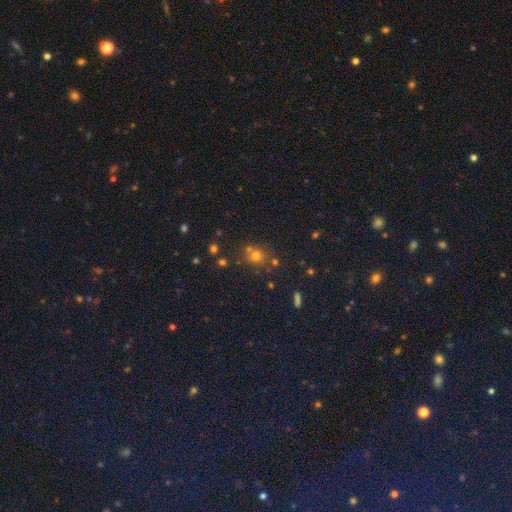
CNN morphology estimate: Smooth or featured?
  - smooth: 62% *
  - star or artifact: 28%
  - featured or disk: 10%
How rounded?
  - round: 83% *
  - in between: 16%
  - cigar-shaped: 1%
Merging?
  - none: 72% *
  - merger: 14%
  - minor disturbance: 10%
  - major disturbance: 4%